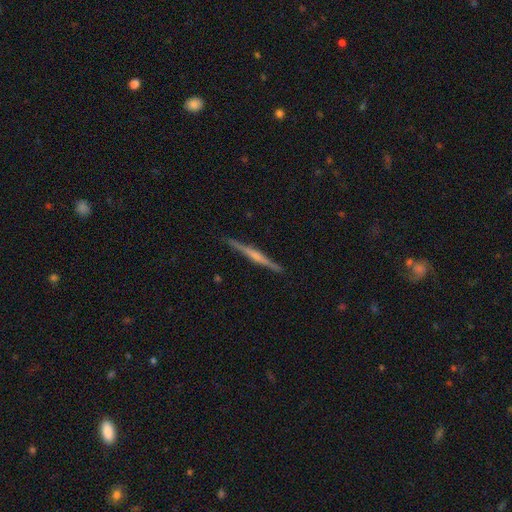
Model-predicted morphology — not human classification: This is likely a featured or disk galaxy (72%). It is clearly viewed edge-on (98%). Edge-on bulge: possibly rounded (50%). Merging: clearly none (91%).